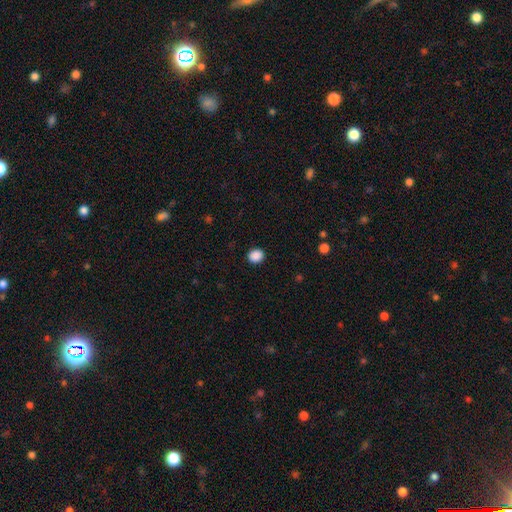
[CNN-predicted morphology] type=smooth (89%); roundness=round (74%); merging=none (91%).